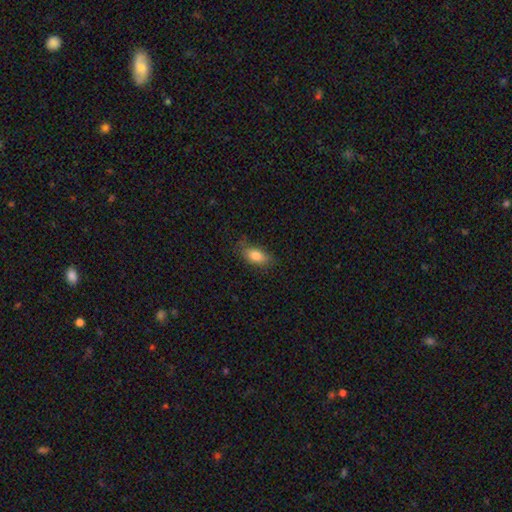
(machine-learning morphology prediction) Q: Smooth or featured?
A: smooth (83%); runner-up: featured or disk (9%)
Q: How rounded?
A: in between (87%); runner-up: cigar-shaped (7%)
Q: Merging?
A: none (72%); runner-up: minor disturbance (21%)